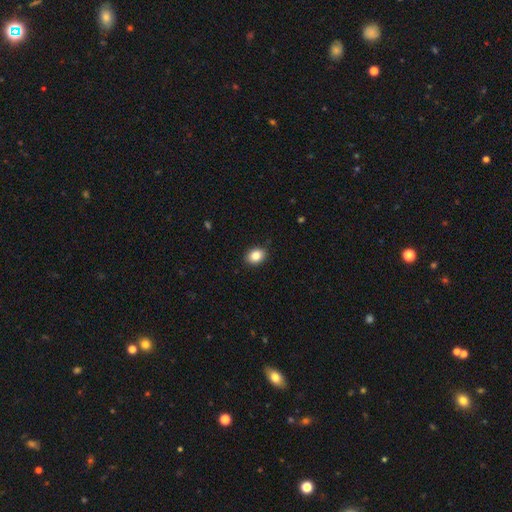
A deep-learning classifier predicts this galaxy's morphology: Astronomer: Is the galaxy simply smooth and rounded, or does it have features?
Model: smooth — 85%.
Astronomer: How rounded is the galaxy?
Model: in between — 67%.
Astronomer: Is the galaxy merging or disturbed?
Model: none — 90%.